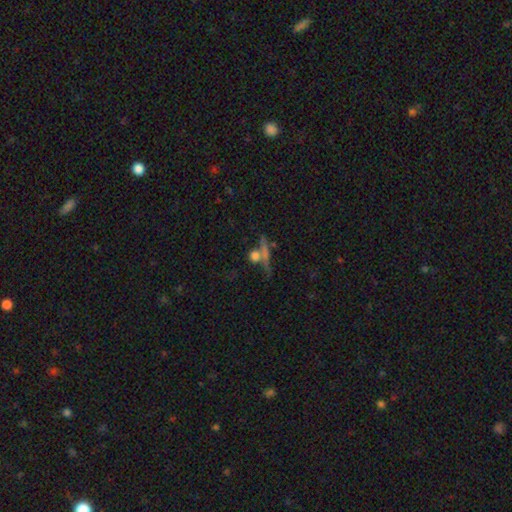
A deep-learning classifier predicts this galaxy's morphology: This is possibly a smooth galaxy (52%). How rounded: possibly round (50%). Merging: possibly none (57%).